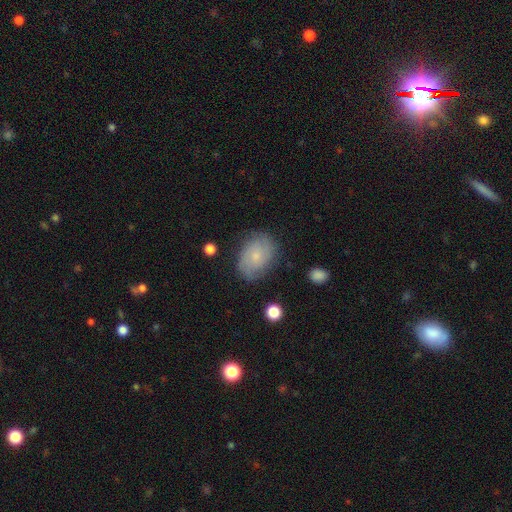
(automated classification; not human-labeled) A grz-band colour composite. It shows a featured or disk galaxy (46%). Merging: none (75%).